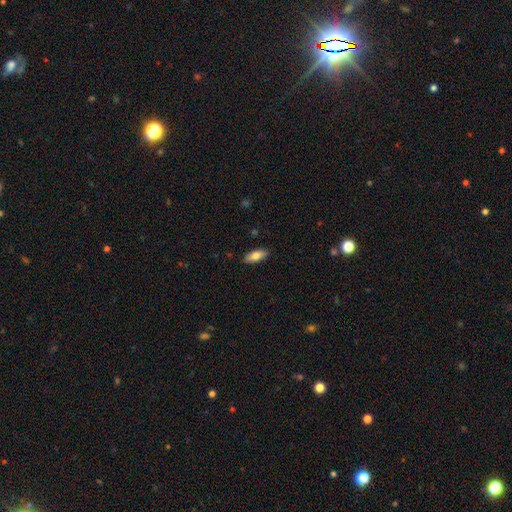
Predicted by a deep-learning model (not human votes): Smooth or featured? Predicted: smooth (p=0.79). How rounded? Predicted: in between (p=0.82). Merging? Predicted: none (p=0.88).